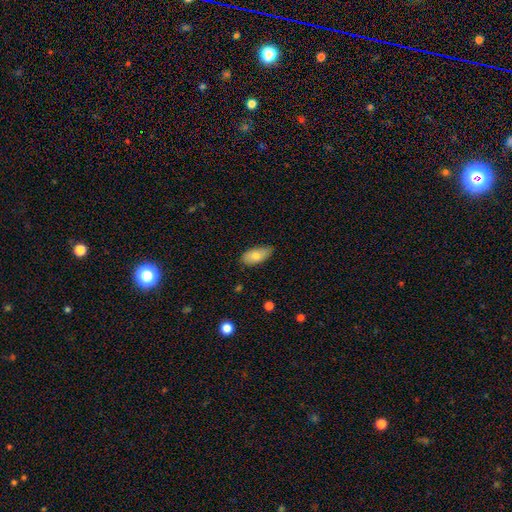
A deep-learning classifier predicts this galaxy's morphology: Smooth or featured? Predicted: smooth (p=0.75). How rounded? Predicted: in between (p=0.91). Merging? Predicted: none (p=0.78).